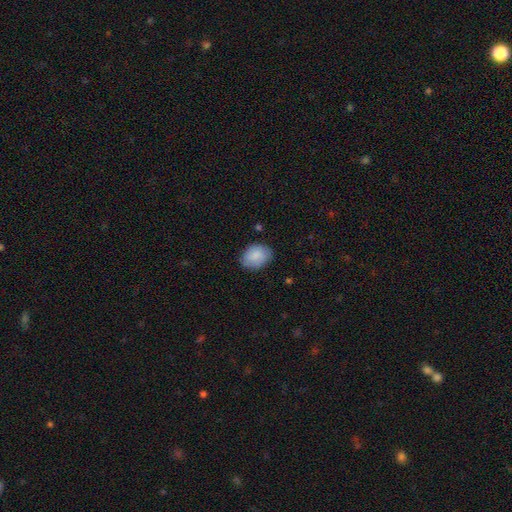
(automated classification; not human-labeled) Q: Smooth or featured?
A: smooth (85%); runner-up: featured or disk (8%)
Q: How rounded?
A: in between (71%); runner-up: round (28%)
Q: Merging?
A: none (80%); runner-up: minor disturbance (16%)